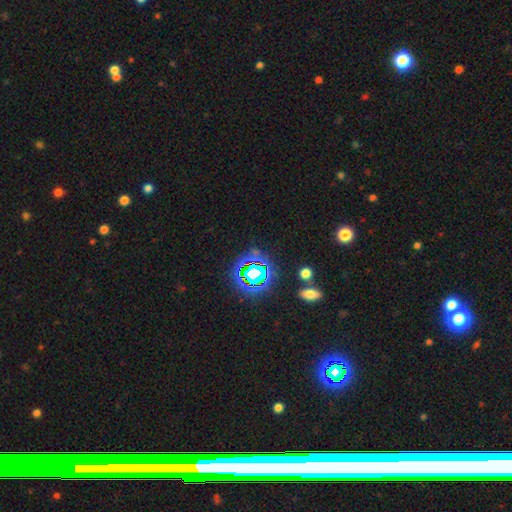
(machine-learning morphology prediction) Smooth or featured?
  - star or artifact: 74% *
  - smooth: 15%
  - featured or disk: 11%